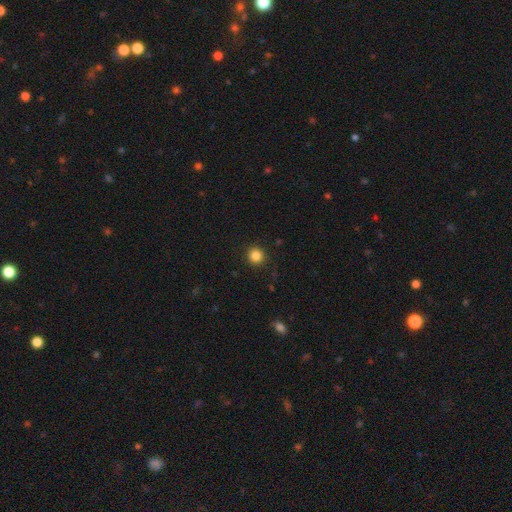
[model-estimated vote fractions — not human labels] Smooth or featured? smooth (85%)
How rounded? round (90%)
Merging? none (90%)